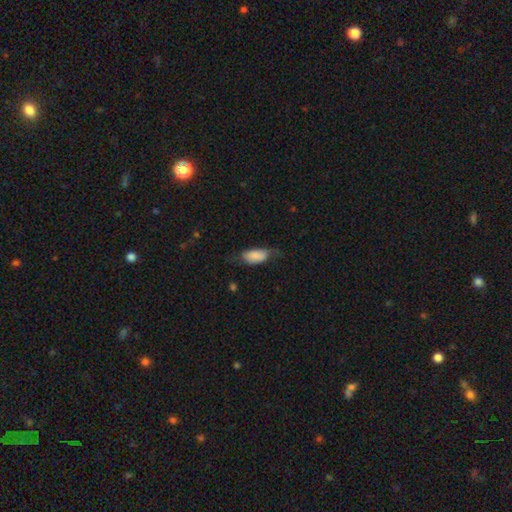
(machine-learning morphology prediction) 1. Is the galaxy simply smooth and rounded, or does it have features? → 80% smooth, 13% featured or disk, 7% star or artifact.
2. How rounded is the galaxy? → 89% in between, 8% cigar-shaped, 3% round.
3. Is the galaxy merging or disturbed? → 51% none, 32% minor disturbance, 15% major disturbance, 2% merger.